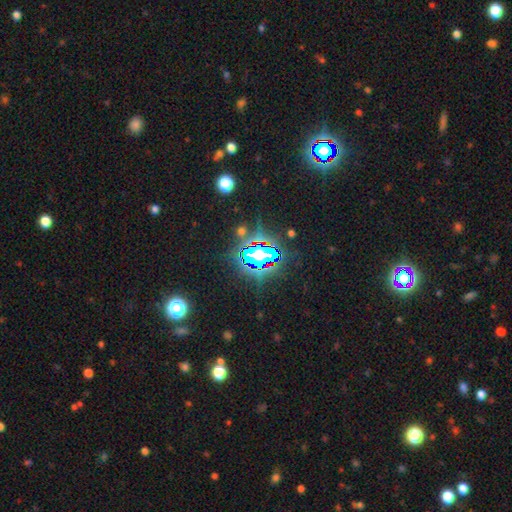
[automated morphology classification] type=star or artifact (72%).